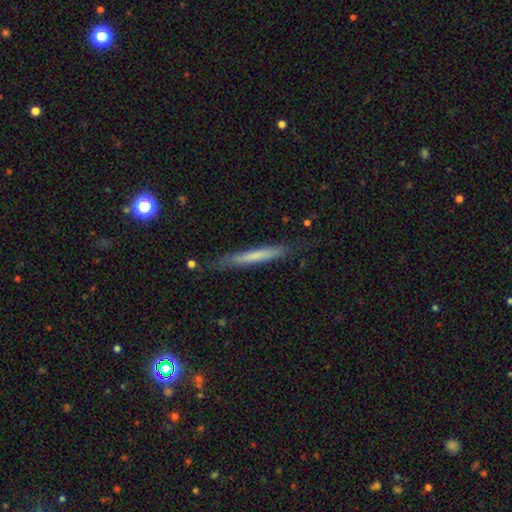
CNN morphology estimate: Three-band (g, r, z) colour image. It shows a smooth galaxy with no disk features (61%) that is cigar-shaped (96%). Merging: none (78%).